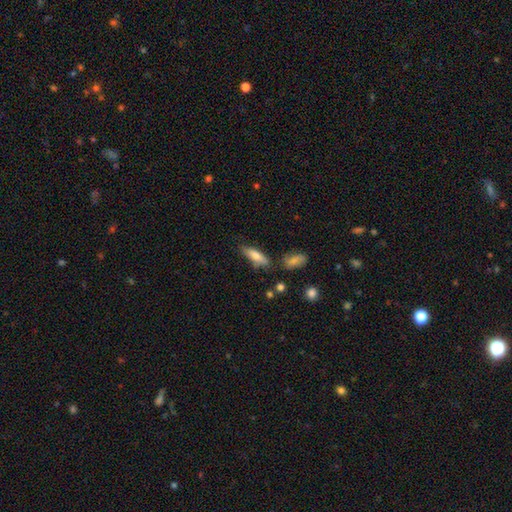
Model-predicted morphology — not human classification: This appears to be a smooth galaxy with no disk features (71%) that is cigar-shaped (54%). Merging: none (72%).